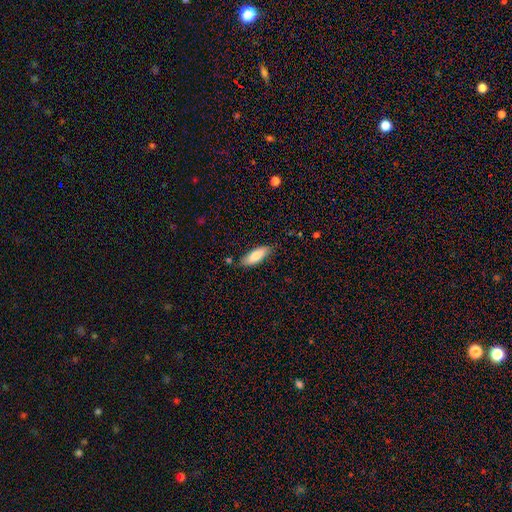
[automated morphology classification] smooth 80%, featured or disk 14%, star or artifact 6%. Down the decision tree: how rounded — in between (69%); merging — none (80%).